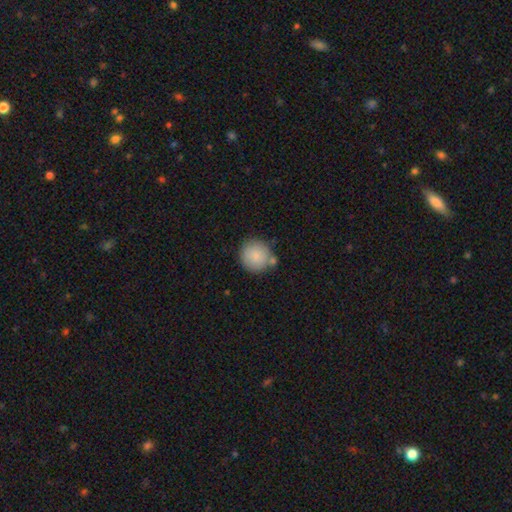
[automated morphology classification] smooth_or_featured: smooth (p=0.85) [alt: featured or disk p=0.08]
how_rounded: round (p=0.93) [alt: in between p=0.06]
merging: none (p=0.73) [alt: minor disturbance p=0.12]